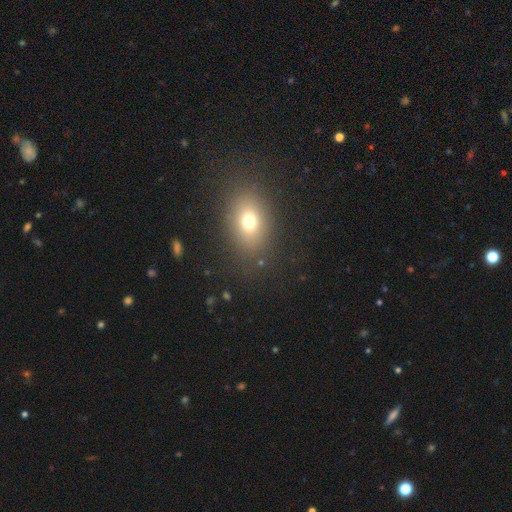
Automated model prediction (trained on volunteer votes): Smooth or featured: smooth — 68% (star or artifact — 19%)
How rounded: in between — 69% (round — 29%)
Merging: none — 86% (minor disturbance — 9%)